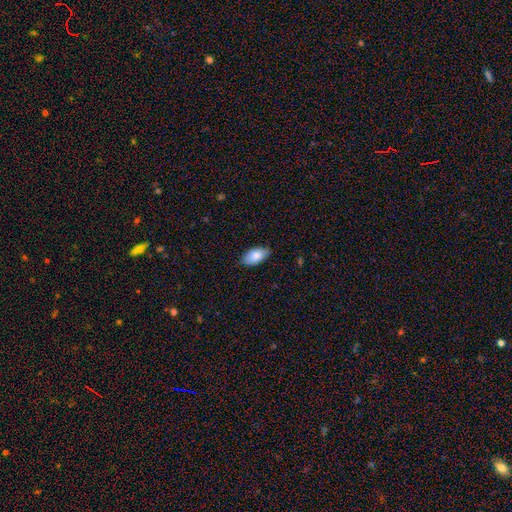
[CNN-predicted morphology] Smooth or featured? smooth (82%)
How rounded? in between (94%)
Merging? none (82%)